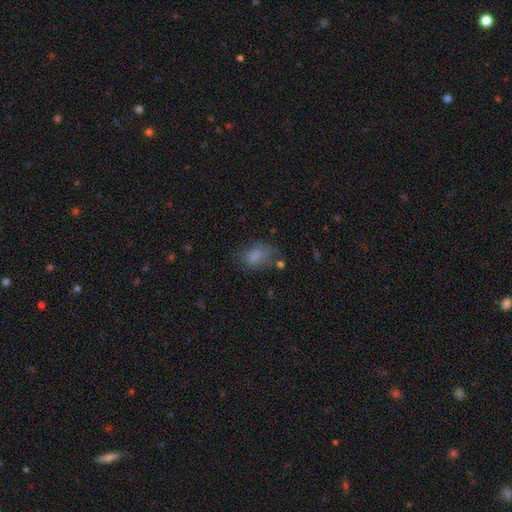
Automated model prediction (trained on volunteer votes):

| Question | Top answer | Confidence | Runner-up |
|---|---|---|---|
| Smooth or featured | smooth | 72% | featured or disk (16%) |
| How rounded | in between | 81% | round (17%) |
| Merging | none | 51% | minor disturbance (26%) |